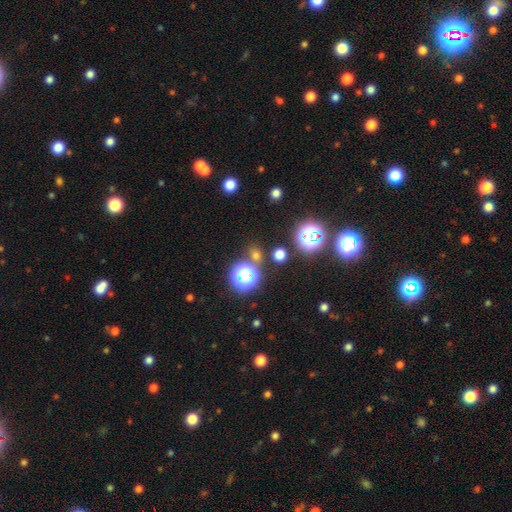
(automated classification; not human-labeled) This is possibly a smooth galaxy (56%). How rounded: likely round (78%). Merging: likely none (78%).